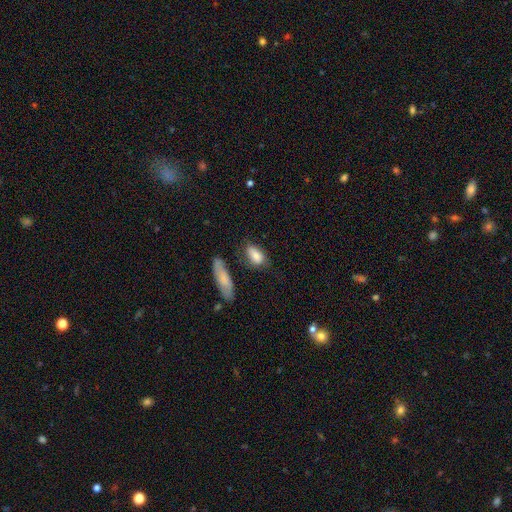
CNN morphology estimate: Smooth or featured? Predicted: smooth (p=0.81). How rounded? Predicted: in between (p=0.86). Merging? Predicted: none (p=0.63).